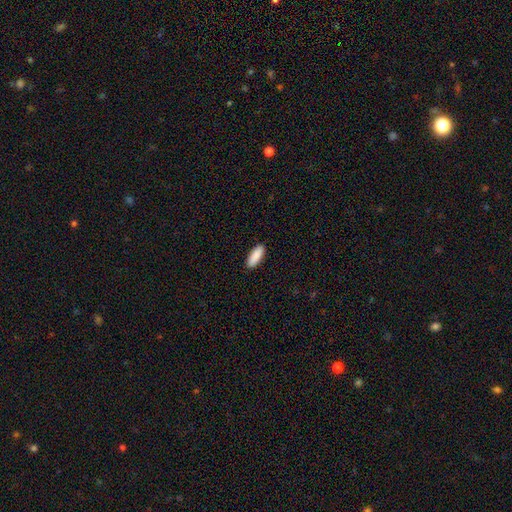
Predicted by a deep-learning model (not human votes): Smooth or featured? smooth (90%)
How rounded? in between (67%)
Merging? none (90%)